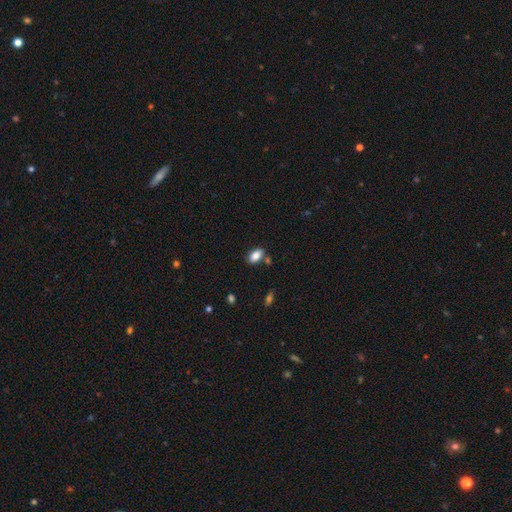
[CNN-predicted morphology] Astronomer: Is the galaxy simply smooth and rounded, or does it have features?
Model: smooth — 85%.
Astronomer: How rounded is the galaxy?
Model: in between — 92%.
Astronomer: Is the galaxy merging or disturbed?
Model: none — 76%.